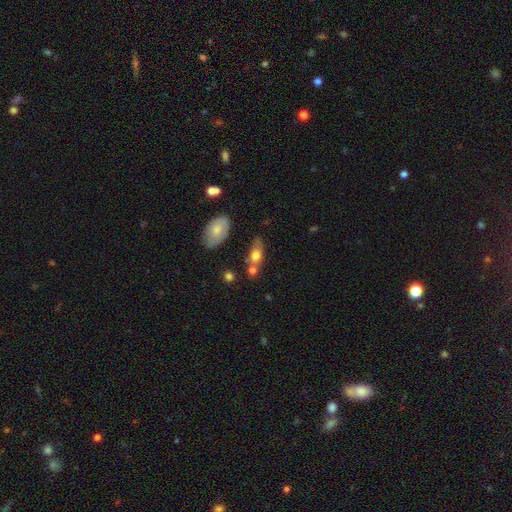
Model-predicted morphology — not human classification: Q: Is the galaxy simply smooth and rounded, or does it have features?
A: smooth — 67%.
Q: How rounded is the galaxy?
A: in between — 72%.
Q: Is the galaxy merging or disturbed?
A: none — 50%.